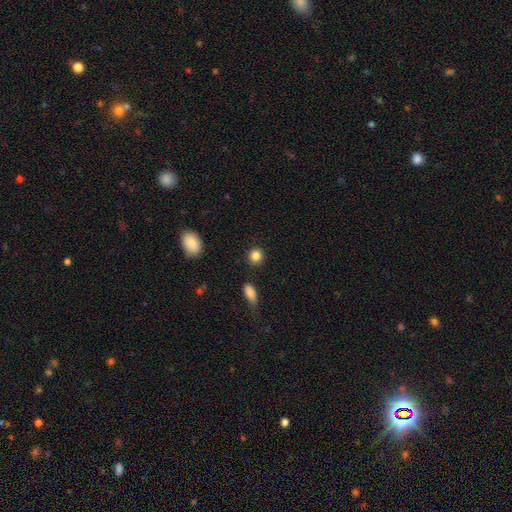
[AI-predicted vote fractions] A smooth galaxy with no disk features (86%) that is round (84%). Merging: none (88%).